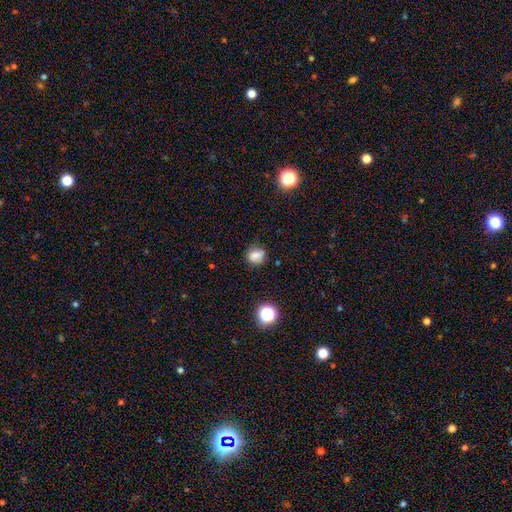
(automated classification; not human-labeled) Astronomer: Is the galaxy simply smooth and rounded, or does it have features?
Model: smooth — 78%.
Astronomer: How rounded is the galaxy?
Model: round — 63%.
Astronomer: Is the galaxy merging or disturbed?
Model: none — 71%.